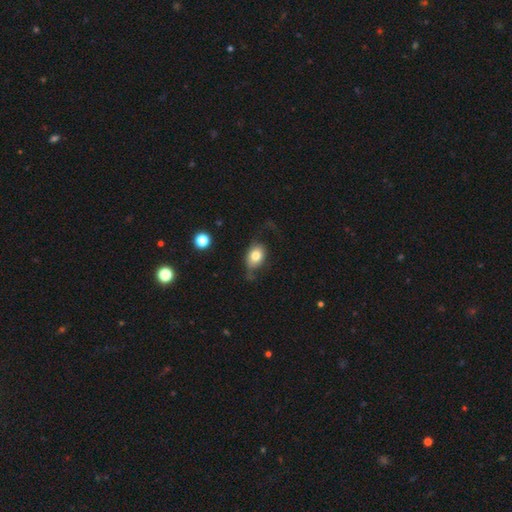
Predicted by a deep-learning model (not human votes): A smooth galaxy with no disk features (75%) that is in between round and cigar-shaped (71%).

Vote fractions:
- Smooth or featured? smooth: 75% / featured or disk: 17% / star or artifact: 8%
- How rounded? in between: 71% / round: 27% / cigar-shaped: 2%
- Merging? none: 48% / minor disturbance: 28% / major disturbance: 21% / merger: 3%